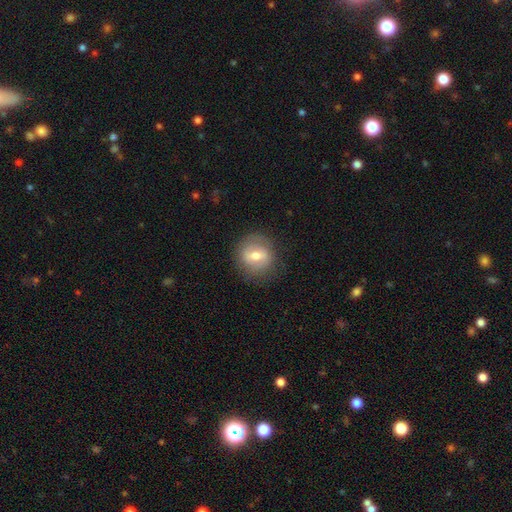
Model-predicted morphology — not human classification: Smooth or featured? smooth (51%)
How rounded? round (81%)
Merging? none (81%)